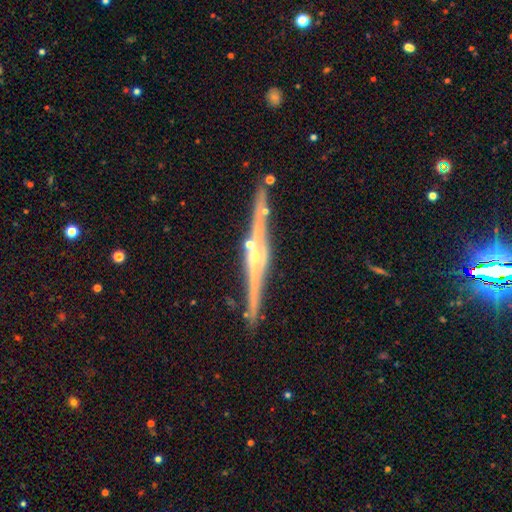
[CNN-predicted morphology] Smooth or featured? featured or disk (85%)
Edge-on disk? yes (98%)
Edge-on bulge? rounded (73%)
Merging? none (86%)